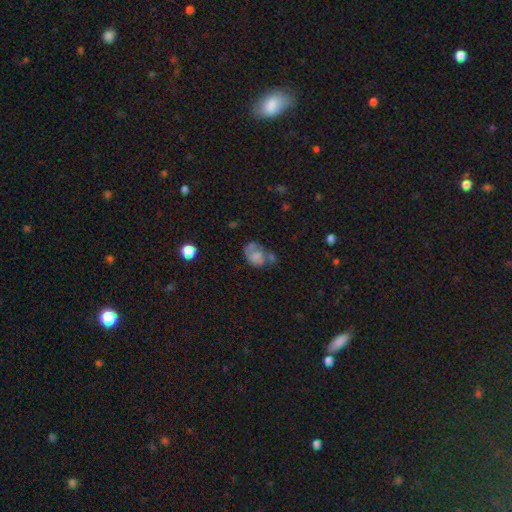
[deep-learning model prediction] Q: Smooth or featured?
A: smooth (49%); runner-up: featured or disk (41%)
Q: Merging?
A: none (35%); runner-up: minor disturbance (25%)